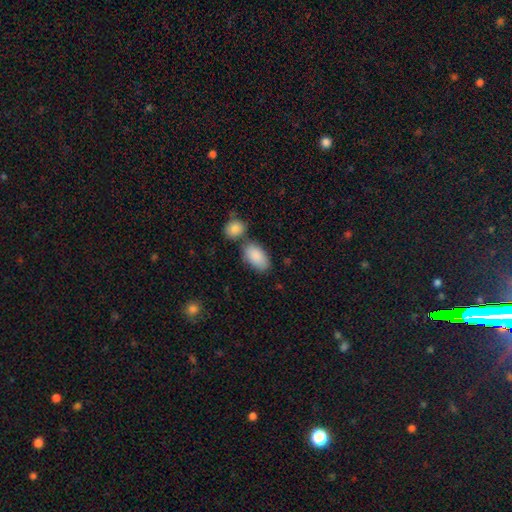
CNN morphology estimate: This appears to be a smooth galaxy with no disk features (88%) that is in between round and cigar-shaped (94%). Merging: none (59%).